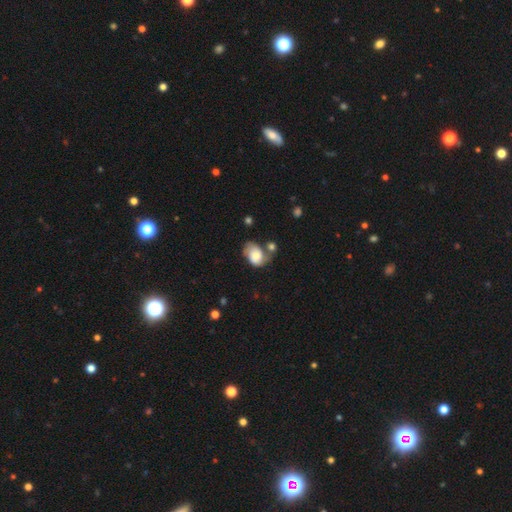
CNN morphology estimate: A smooth galaxy with no disk features (59%) that is in between round and cigar-shaped (77%). Merging: none (34%).